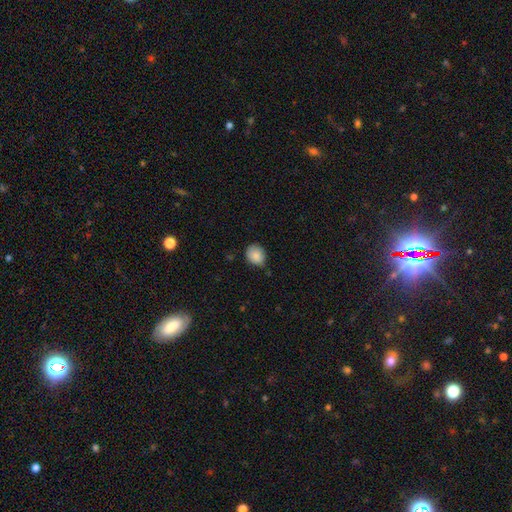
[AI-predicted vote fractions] A smooth galaxy with no disk features (85%) that is round (73%).

Vote fractions:
- Smooth or featured? smooth: 85% / star or artifact: 8% / featured or disk: 6%
- How rounded? round: 73% / in between: 26% / cigar-shaped: 1%
- Merging? none: 71% / minor disturbance: 24% / major disturbance: 3% / merger: 2%